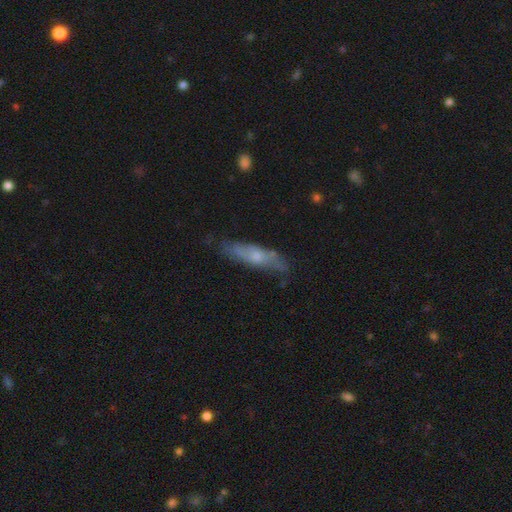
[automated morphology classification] featured or disk 47%, smooth 46%, star or artifact 7%. Down the decision tree: merging — none (69%).